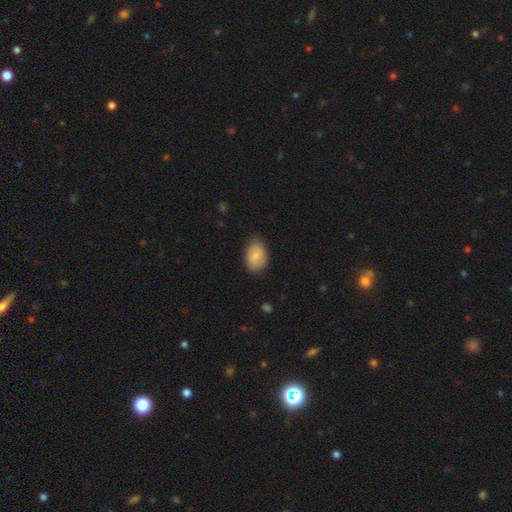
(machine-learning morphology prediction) Smooth or featured?
  - smooth: 79% *
  - featured or disk: 15%
  - star or artifact: 7%
How rounded?
  - in between: 86% *
  - round: 13%
  - cigar-shaped: 1%
Merging?
  - none: 78% *
  - minor disturbance: 18%
  - major disturbance: 3%
  - merger: 1%